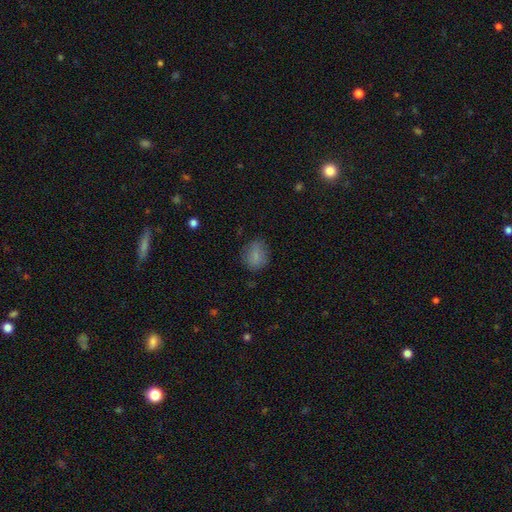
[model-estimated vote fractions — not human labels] smooth 80%, featured or disk 10%, star or artifact 10%. Down the decision tree: how rounded — round (66%); merging — none (77%).